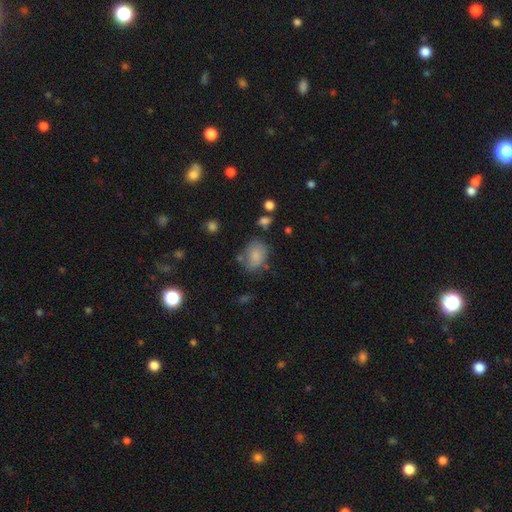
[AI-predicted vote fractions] Smooth or featured: smooth — 81% (featured or disk — 10%)
How rounded: in between — 70% (round — 28%)
Merging: none — 60% (minor disturbance — 23%)